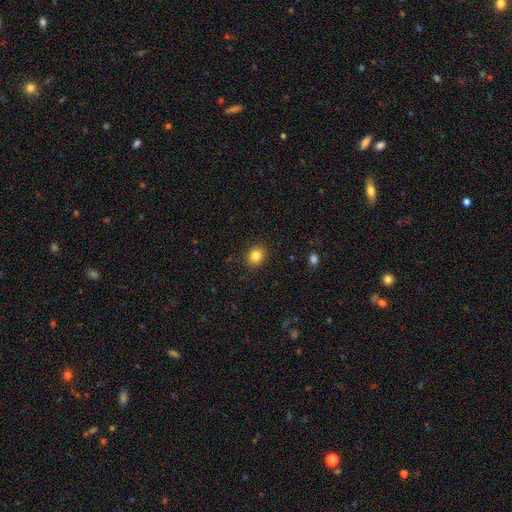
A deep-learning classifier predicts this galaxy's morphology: Smooth or featured?
  - smooth: 84% *
  - star or artifact: 11%
  - featured or disk: 6%
How rounded?
  - round: 70% *
  - in between: 29%
  - cigar-shaped: 1%
Merging?
  - none: 90% *
  - minor disturbance: 7%
  - major disturbance: 2%
  - merger: 1%